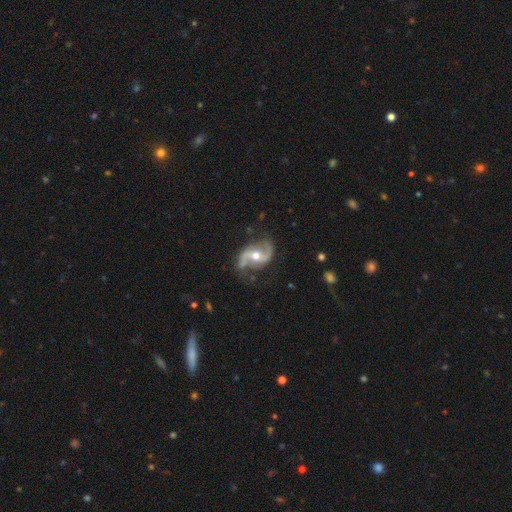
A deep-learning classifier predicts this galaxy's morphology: This appears to be a featured or disk galaxy (90%) with no bar (44%), 2 (94%) loose (57%) spiral arms (97%) and a moderate central bulge (75%). Merging: none (76%).